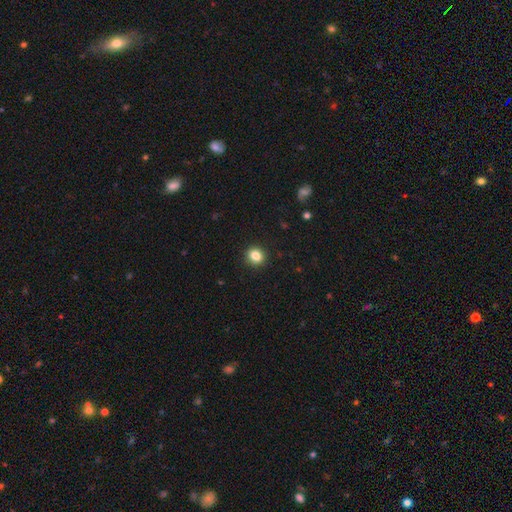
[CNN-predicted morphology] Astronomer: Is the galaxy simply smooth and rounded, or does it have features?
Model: smooth — 84%.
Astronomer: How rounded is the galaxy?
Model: round — 76%.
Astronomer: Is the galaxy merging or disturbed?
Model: none — 92%.